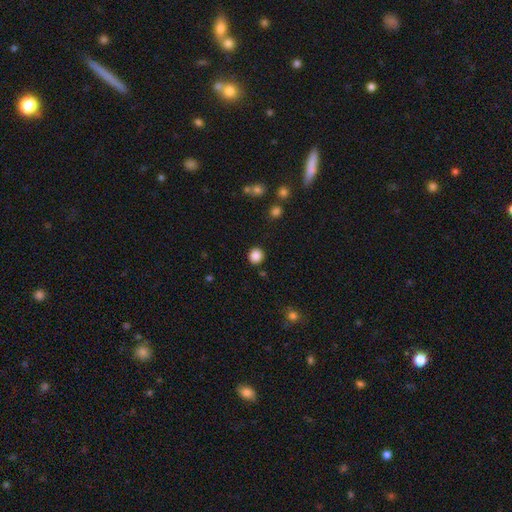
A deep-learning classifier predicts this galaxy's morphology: A smooth galaxy with no disk features (87%) that is round (91%).

Vote fractions:
- Smooth or featured? smooth: 87% / star or artifact: 10% / featured or disk: 3%
- How rounded? round: 91% / in between: 8% / cigar-shaped: 1%
- Merging? none: 90% / minor disturbance: 6% / major disturbance: 2% / merger: 2%